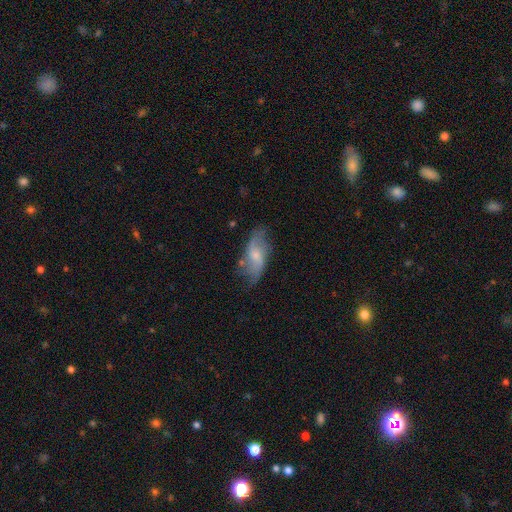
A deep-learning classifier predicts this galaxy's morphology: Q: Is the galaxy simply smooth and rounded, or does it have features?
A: featured or disk — 60%.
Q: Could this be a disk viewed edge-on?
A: no — 91%.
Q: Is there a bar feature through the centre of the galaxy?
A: no — 54%.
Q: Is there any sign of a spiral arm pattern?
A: yes — 84%.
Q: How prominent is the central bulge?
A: small — 56%.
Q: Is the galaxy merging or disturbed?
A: none — 62%.